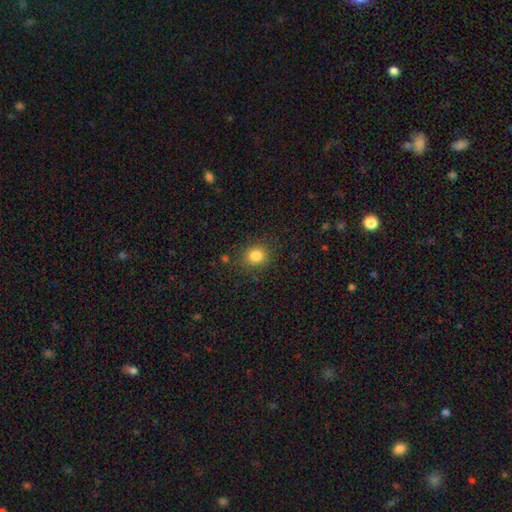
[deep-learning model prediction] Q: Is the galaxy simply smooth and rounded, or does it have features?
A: smooth — 83%.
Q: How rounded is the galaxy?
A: round — 79%.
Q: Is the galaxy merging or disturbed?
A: none — 85%.